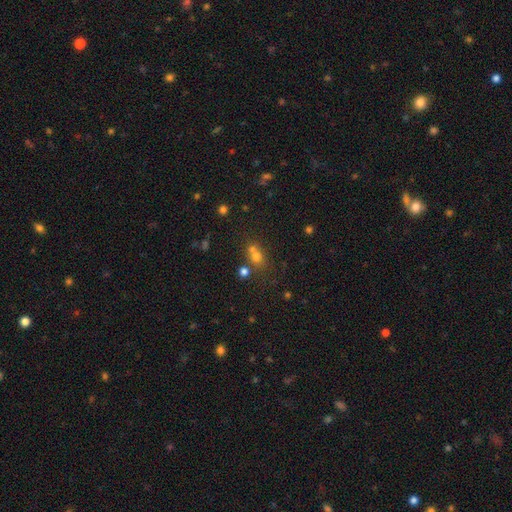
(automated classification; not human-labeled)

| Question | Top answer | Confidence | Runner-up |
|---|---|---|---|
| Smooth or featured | smooth | 61% | star or artifact (25%) |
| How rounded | round | 70% | in between (28%) |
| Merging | none | 44% | tied: merger (44%) |